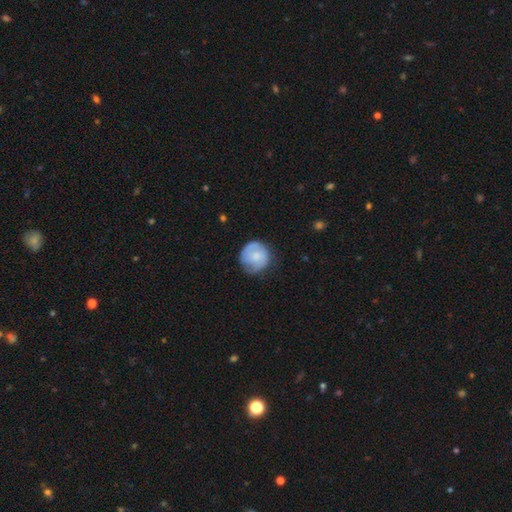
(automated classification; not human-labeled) Smooth or featured? smooth (61%)
How rounded? round (89%)
Merging? none (65%)